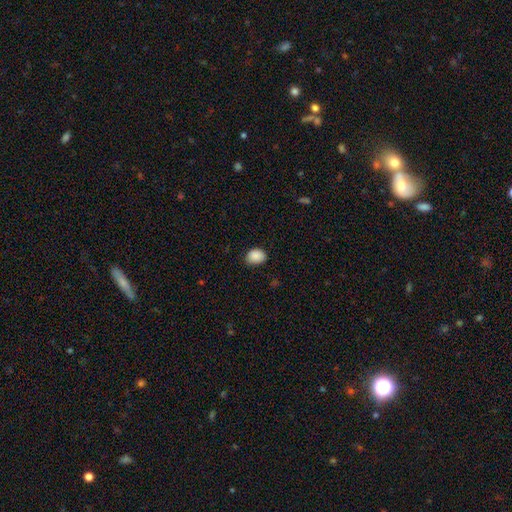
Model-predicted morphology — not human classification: This is clearly a smooth galaxy (89%). How rounded: likely in between (64%). Merging: likely none (76%).